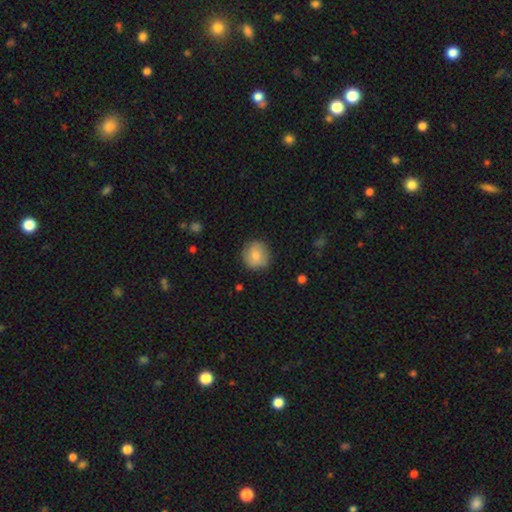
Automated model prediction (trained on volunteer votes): Smooth or featured?
  - smooth: 75% *
  - featured or disk: 18%
  - star or artifact: 7%
How rounded?
  - round: 88% *
  - in between: 11%
  - cigar-shaped: 1%
Merging?
  - none: 83% *
  - minor disturbance: 13%
  - major disturbance: 3%
  - merger: 1%